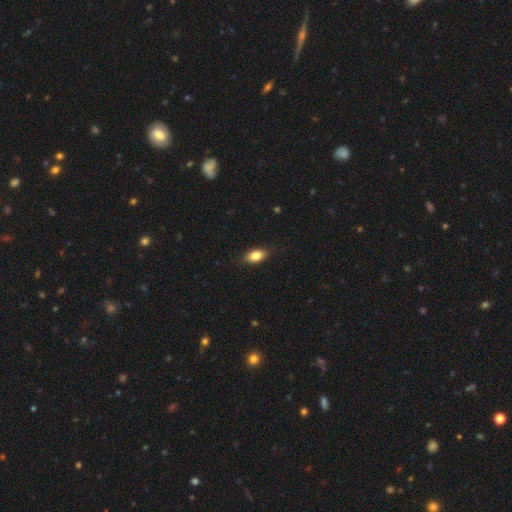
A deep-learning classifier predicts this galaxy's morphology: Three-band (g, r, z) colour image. It shows a smooth galaxy with no disk features (81%) that is in between round and cigar-shaped (86%). Merging: none (83%).